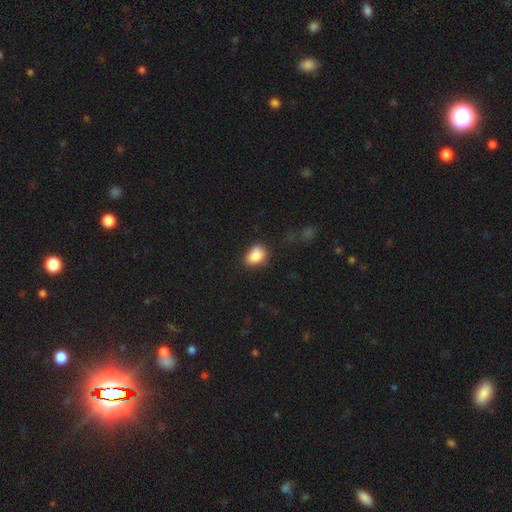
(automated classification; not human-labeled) Overall: smooth (86%). How rounded: in between (70%). Merging: none (66%).